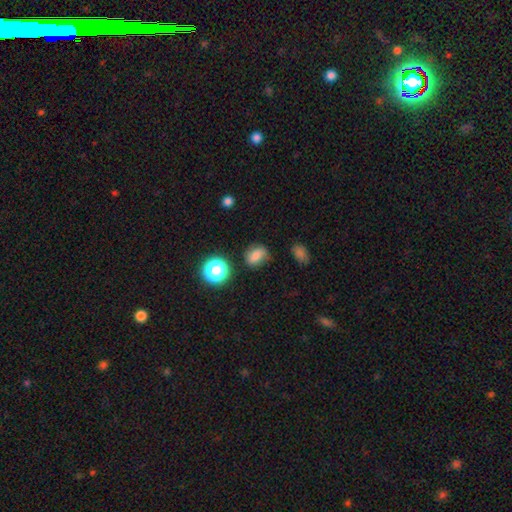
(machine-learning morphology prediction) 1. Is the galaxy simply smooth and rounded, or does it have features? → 75% smooth, 16% star or artifact, 10% featured or disk.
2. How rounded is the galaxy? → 56% in between, 42% round, 2% cigar-shaped.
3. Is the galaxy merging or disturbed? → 69% none, 21% minor disturbance, 7% major disturbance, 3% merger.